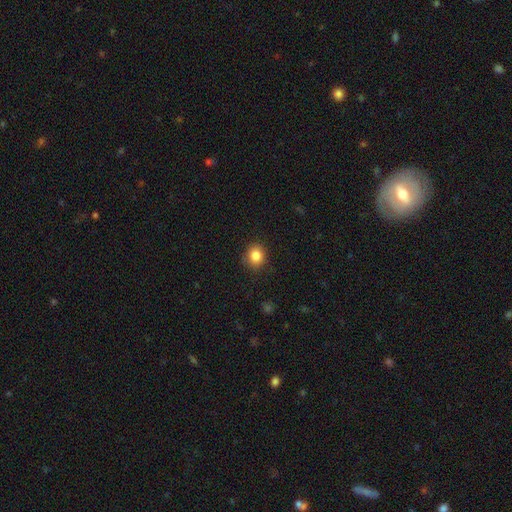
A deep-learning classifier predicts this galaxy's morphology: The model was most divided on "how rounded": round: 70%, in between: 29%, cigar-shaped: 1%. More confident: merging — none (87%); smooth or featured — smooth (85%).